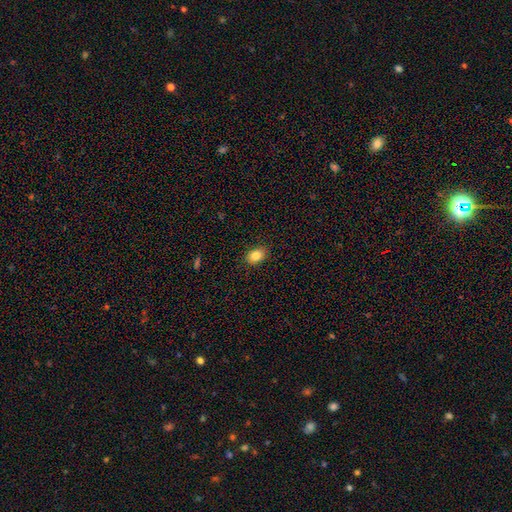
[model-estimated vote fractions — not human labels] Overall: smooth (84%). How rounded: in between (75%). Merging: none (89%).